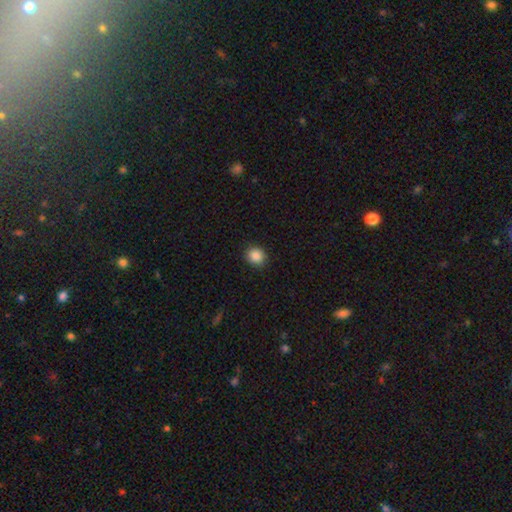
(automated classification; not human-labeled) This is clearly a smooth galaxy (87%). How rounded: clearly round (81%). Merging: clearly none (90%).